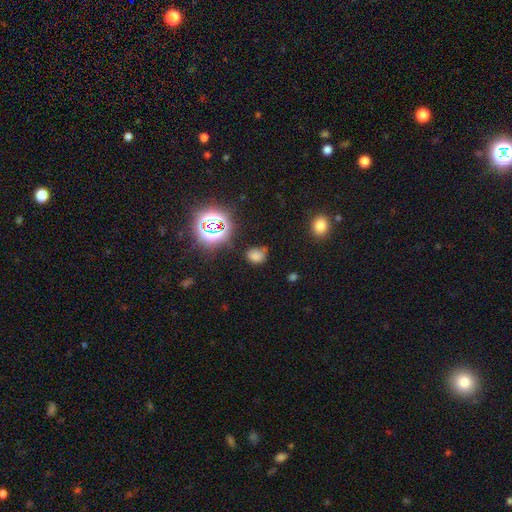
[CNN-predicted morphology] Smooth or featured: smooth — 65% (star or artifact — 27%)
How rounded: round — 56% (in between — 43%)
Merging: none — 62% (minor disturbance — 25%)